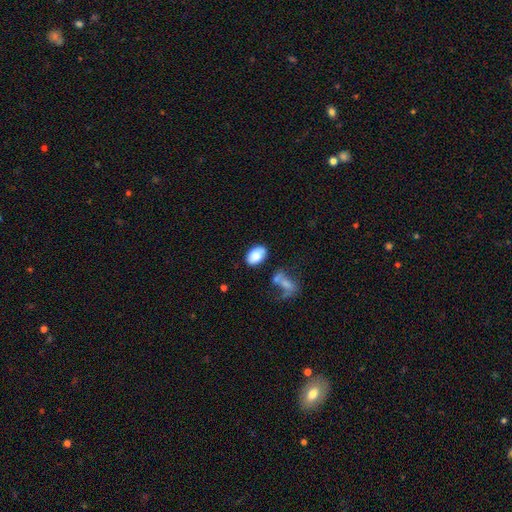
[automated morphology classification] Q: Smooth or featured?
A: smooth (84%); runner-up: featured or disk (9%)
Q: How rounded?
A: in between (91%); runner-up: round (8%)
Q: Merging?
A: none (72%); runner-up: minor disturbance (16%)